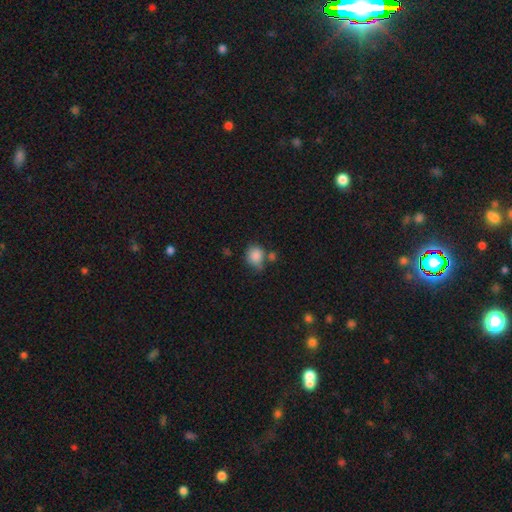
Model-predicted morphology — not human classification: Q: Smooth or featured?
A: smooth (86%); runner-up: star or artifact (9%)
Q: How rounded?
A: round (72%); runner-up: in between (27%)
Q: Merging?
A: none (57%); runner-up: minor disturbance (20%)